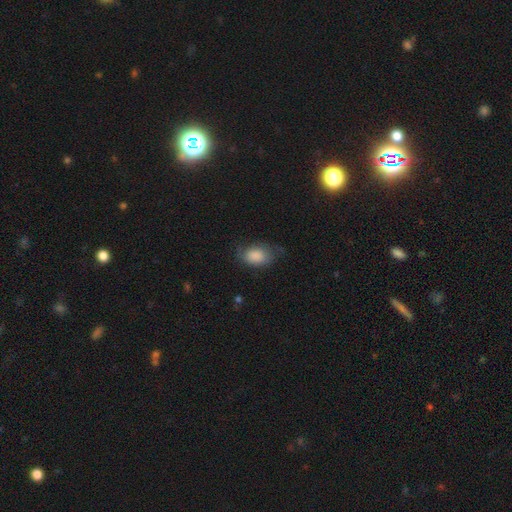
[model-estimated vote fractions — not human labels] Morphology: type=smooth (83%); roundness=in between (84%); merging=none (54%).